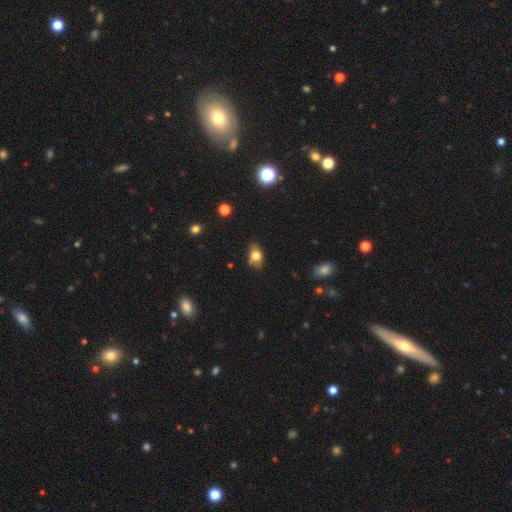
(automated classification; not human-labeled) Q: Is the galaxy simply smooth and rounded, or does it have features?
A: smooth — 68%.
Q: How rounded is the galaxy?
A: in between — 84%.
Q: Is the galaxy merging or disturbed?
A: none — 64%.